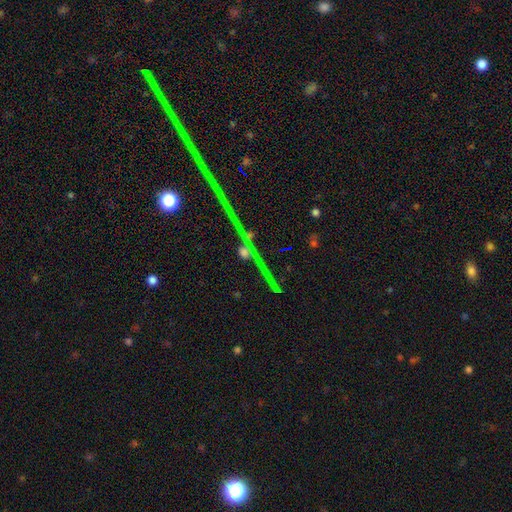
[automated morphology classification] smooth-or-featured: star or artifact: 59% | featured or disk: 29% | smooth: 12%